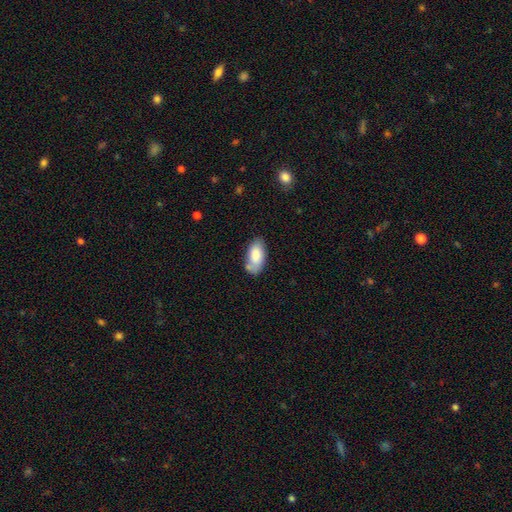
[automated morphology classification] Q: Smooth or featured?
A: smooth (81%); runner-up: featured or disk (13%)
Q: How rounded?
A: in between (93%); runner-up: cigar-shaped (4%)
Q: Merging?
A: none (63%); runner-up: minor disturbance (22%)